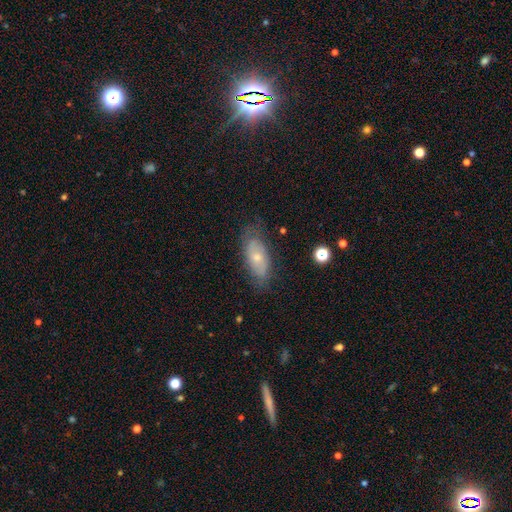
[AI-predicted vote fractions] A featured or disk galaxy (45%).

Vote fractions:
- Smooth or featured? featured or disk: 45% / smooth: 31% / star or artifact: 24%
- Merging? none: 77% / minor disturbance: 17% / major disturbance: 5% / merger: 1%